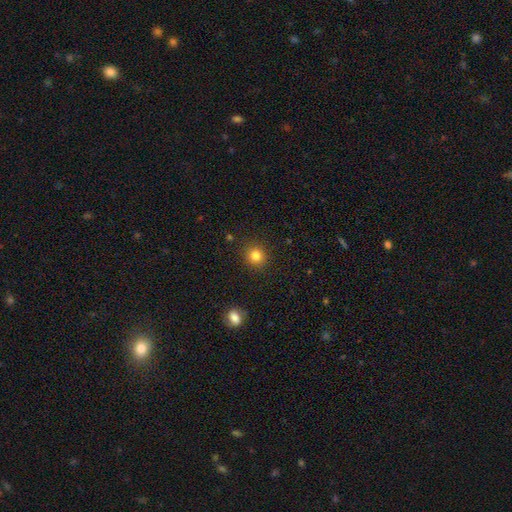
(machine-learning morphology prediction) type=smooth (83%); roundness=round (88%); merging=none (90%).